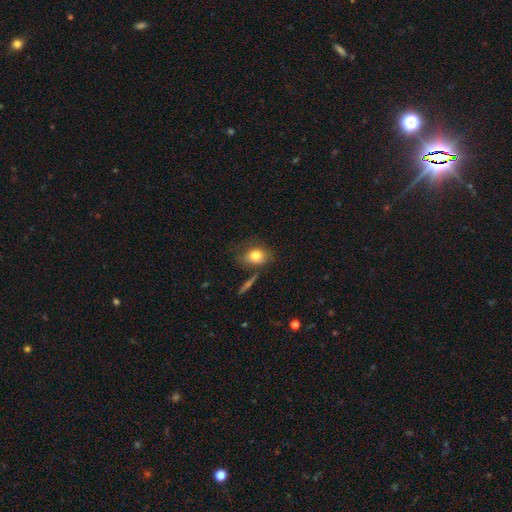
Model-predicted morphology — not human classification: Smooth or featured? Predicted: smooth (p=0.78). How rounded? Predicted: in between (p=0.59). Merging? Predicted: none (p=0.61).